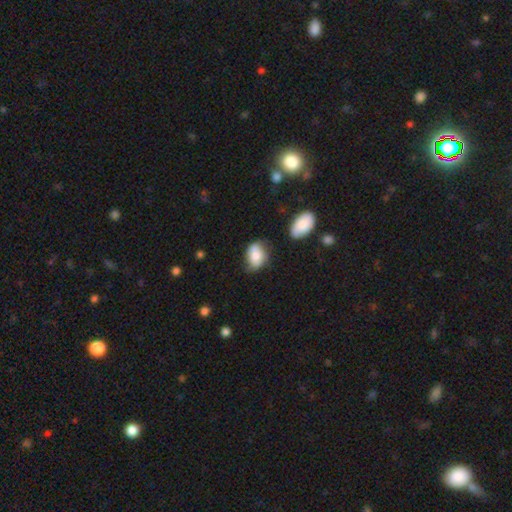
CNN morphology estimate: Q: Smooth or featured?
A: smooth (68%); runner-up: featured or disk (24%)
Q: How rounded?
A: in between (77%); runner-up: round (22%)
Q: Merging?
A: none (51%); runner-up: minor disturbance (34%)